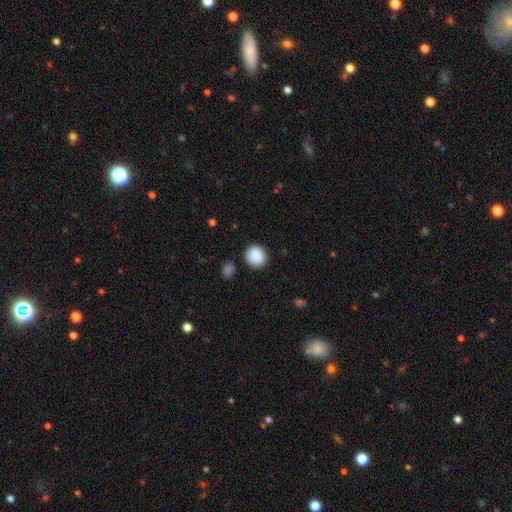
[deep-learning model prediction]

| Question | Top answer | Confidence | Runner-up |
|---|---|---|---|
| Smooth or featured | smooth | 89% | star or artifact (8%) |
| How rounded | round | 83% | in between (16%) |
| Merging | none | 84% | minor disturbance (10%) |